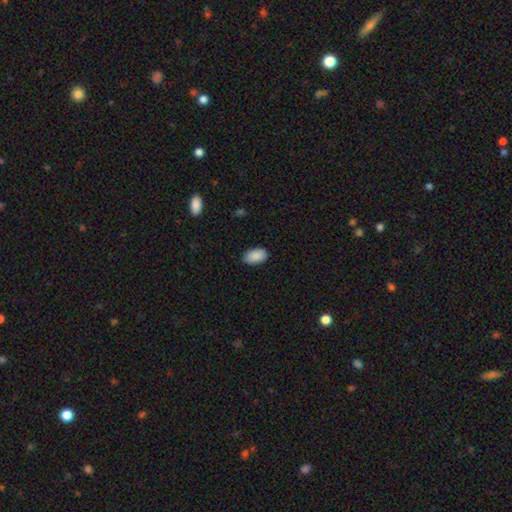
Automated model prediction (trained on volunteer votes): A smooth galaxy with no disk features (90%) that is in between round and cigar-shaped (95%).

Vote fractions:
- Smooth or featured? smooth: 90% / star or artifact: 7% / featured or disk: 4%
- How rounded? in between: 95% / round: 4% / cigar-shaped: 1%
- Merging? none: 87% / minor disturbance: 10% / major disturbance: 2% / merger: 1%